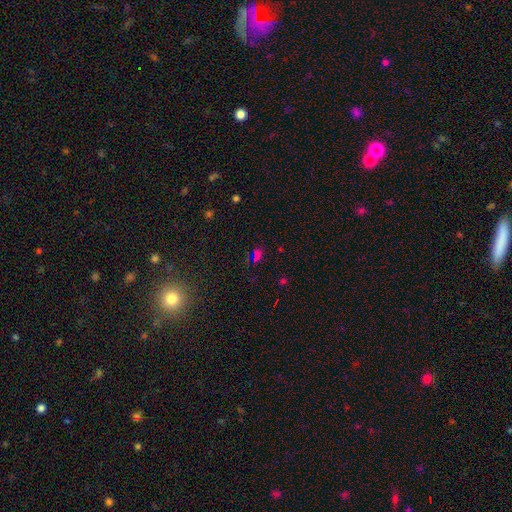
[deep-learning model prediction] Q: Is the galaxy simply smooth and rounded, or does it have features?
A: smooth — 48%.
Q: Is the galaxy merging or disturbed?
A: none — 69%.